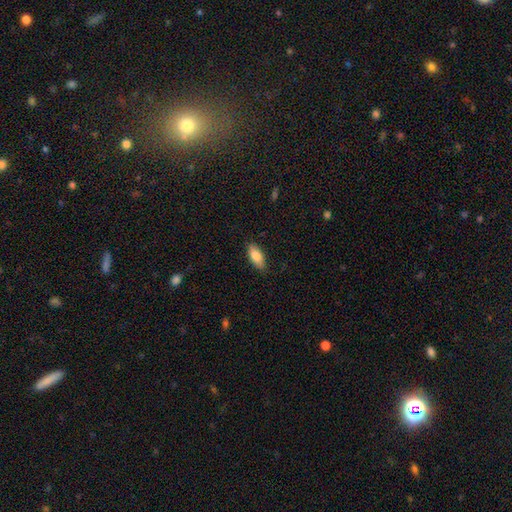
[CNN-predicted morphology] type=smooth (85%); roundness=in between (87%); merging=none (85%).